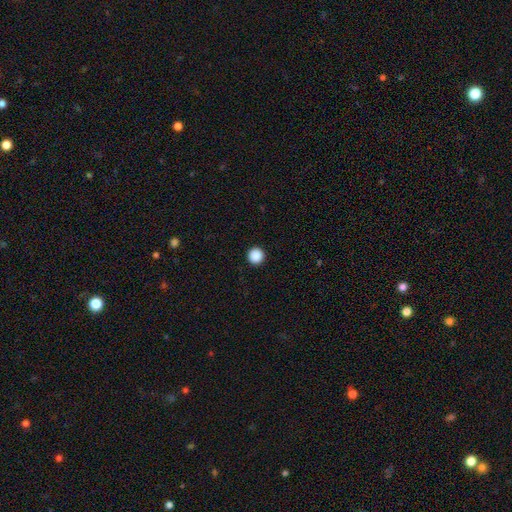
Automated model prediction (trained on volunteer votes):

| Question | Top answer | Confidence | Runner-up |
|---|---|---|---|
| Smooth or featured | smooth | 89% | star or artifact (9%) |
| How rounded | round | 96% | in between (3%) |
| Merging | none | 94% | minor disturbance (4%) |